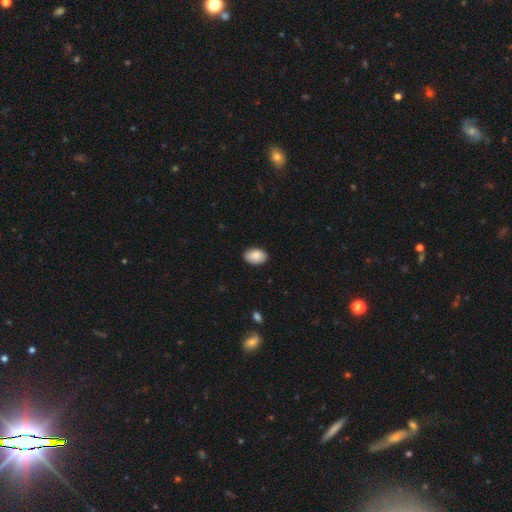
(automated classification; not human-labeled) Morphology: type=smooth (89%); roundness=in between (90%); merging=none (88%).